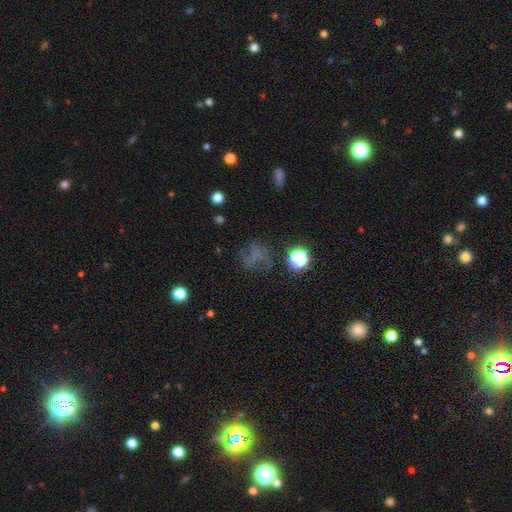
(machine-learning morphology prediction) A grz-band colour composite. It shows a smooth galaxy with no disk features (40%). Merging: none (56%).